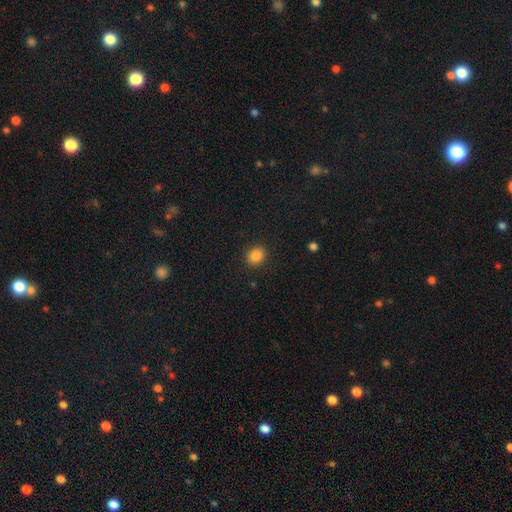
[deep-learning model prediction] smooth_or_featured: smooth (p=0.86) [alt: star or artifact p=0.10]
how_rounded: round (p=0.66) [alt: in between p=0.33]
merging: none (p=0.91) [alt: minor disturbance p=0.06]